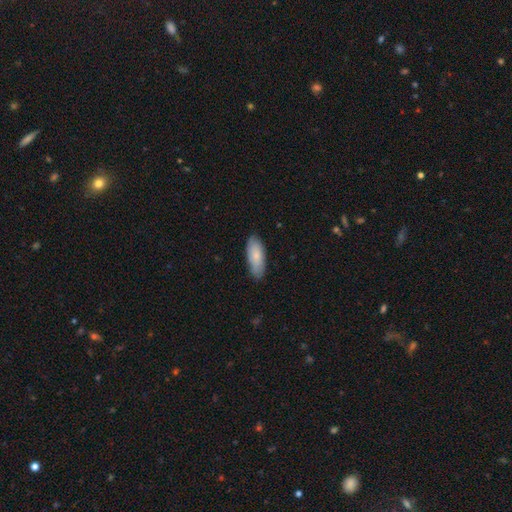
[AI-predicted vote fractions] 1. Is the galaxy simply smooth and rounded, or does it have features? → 81% smooth, 13% featured or disk, 5% star or artifact.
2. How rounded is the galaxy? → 76% in between, 22% cigar-shaped, 2% round.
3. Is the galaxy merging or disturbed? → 83% none, 14% minor disturbance, 2% major disturbance, 1% merger.